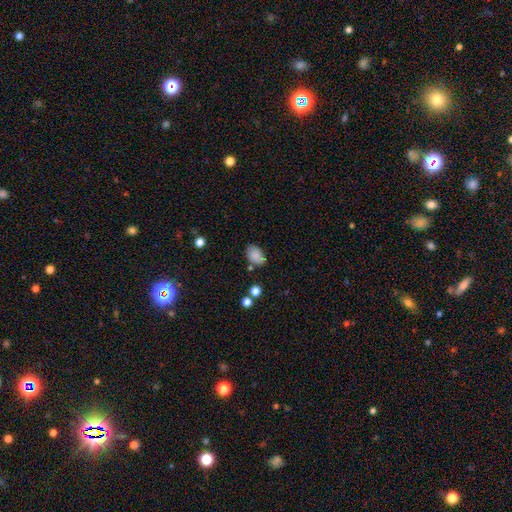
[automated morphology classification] The model was most divided on "merging": none: 67%, minor disturbance: 22%, merger: 6%, major disturbance: 5%. More confident: how rounded — in between (85%); smooth or featured — smooth (83%).